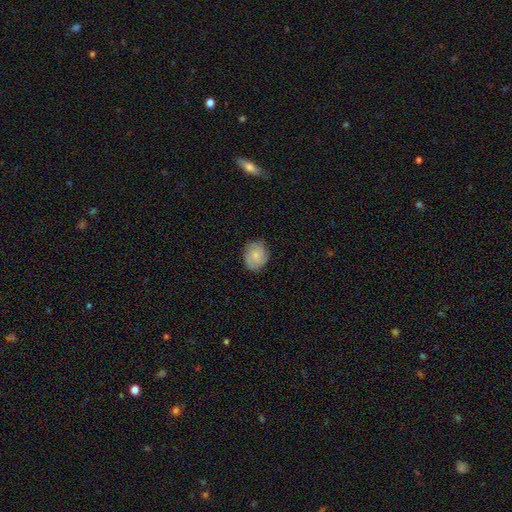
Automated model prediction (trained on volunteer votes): Q: Smooth or featured?
A: smooth (62%); runner-up: featured or disk (30%)
Q: How rounded?
A: round (54%); runner-up: in between (45%)
Q: Merging?
A: none (80%); runner-up: minor disturbance (16%)